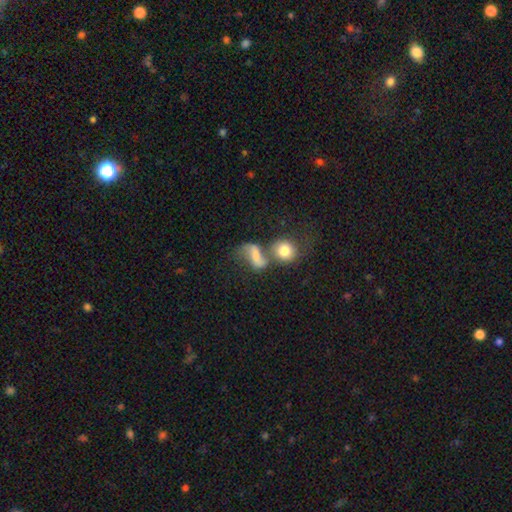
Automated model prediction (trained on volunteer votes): The model was most divided on "smooth or featured": smooth: 50%, featured or disk: 37%, star or artifact: 13%. Remaining: how rounded — in between (62%); merging — merger (49%).